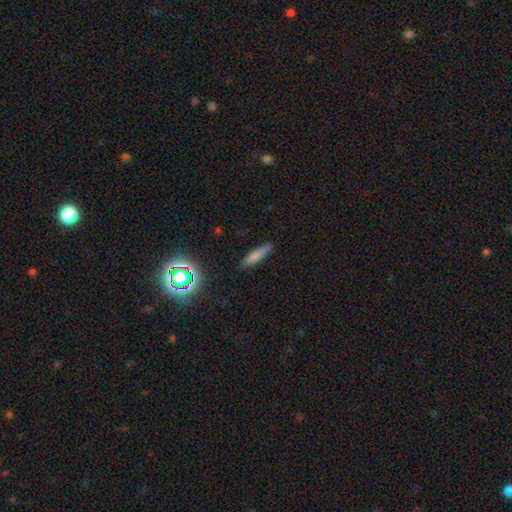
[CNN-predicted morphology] The model was most divided on "smooth or featured": smooth: 75%, featured or disk: 14%, star or artifact: 11%. More confident: merging — none (86%); how rounded — cigar-shaped (84%).